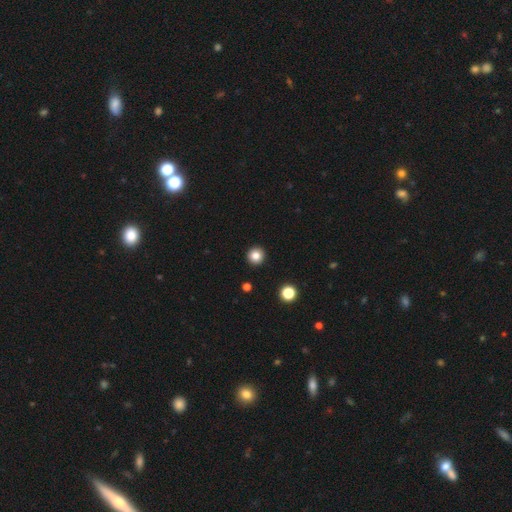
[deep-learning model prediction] A smooth galaxy with no disk features (83%) that is round (95%).

Vote fractions:
- Smooth or featured? smooth: 83% / star or artifact: 11% / featured or disk: 5%
- How rounded? round: 95% / in between: 4% / cigar-shaped: 1%
- Merging? none: 94% / minor disturbance: 4% / major disturbance: 1% / merger: 1%